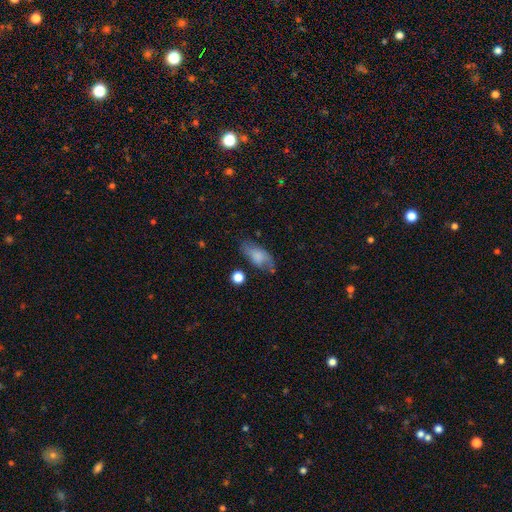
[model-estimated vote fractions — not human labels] smooth-or-featured: smooth: 67% | featured or disk: 24% | star or artifact: 9%
  how-rounded: in between: 84% | cigar-shaped: 10% | round: 6%
  merging: none: 63% | minor disturbance: 24% | major disturbance: 9% | merger: 4%